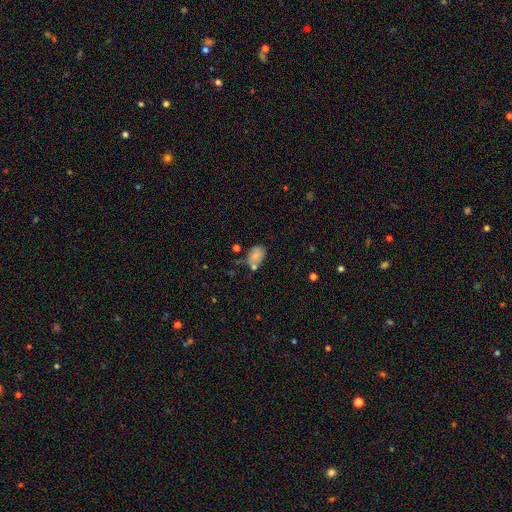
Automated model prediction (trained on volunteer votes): A smooth galaxy with no disk features (75%) that is in between round and cigar-shaped (79%). Merging: none (48%).